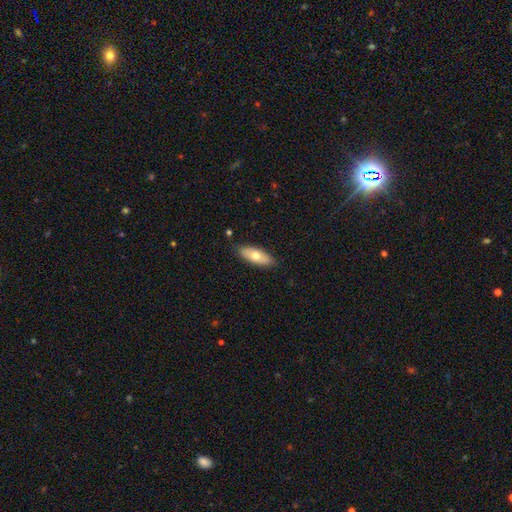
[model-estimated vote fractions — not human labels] This is likely a smooth galaxy (66%). How rounded: likely in between (77%). Merging: clearly none (85%).